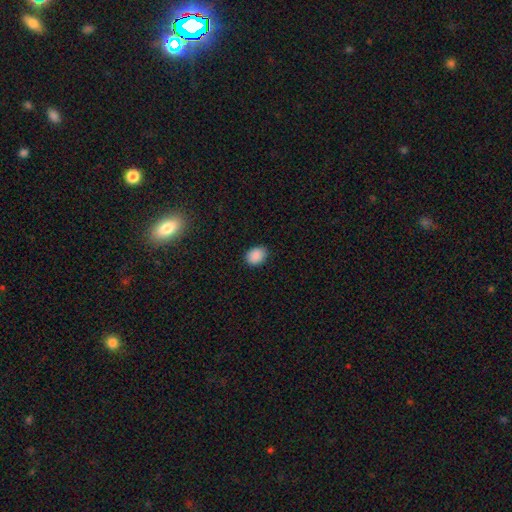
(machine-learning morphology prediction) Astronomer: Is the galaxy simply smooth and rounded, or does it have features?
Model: smooth — 89%.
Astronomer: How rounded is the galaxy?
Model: in between — 64%.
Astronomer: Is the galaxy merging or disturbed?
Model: none — 86%.